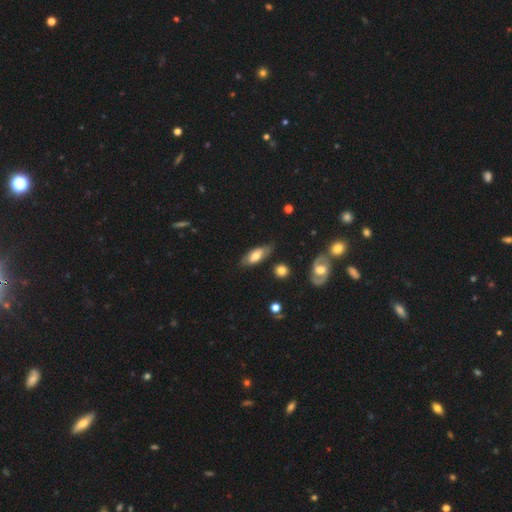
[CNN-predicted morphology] A smooth galaxy with no disk features (57%) that is in between round and cigar-shaped (77%). Merging: none (71%).